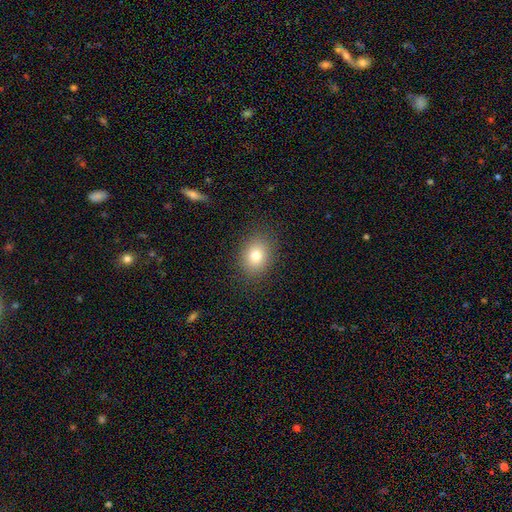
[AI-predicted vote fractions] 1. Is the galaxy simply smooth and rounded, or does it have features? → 78% smooth, 12% star or artifact, 10% featured or disk.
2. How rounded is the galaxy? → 54% in between, 45% round, 1% cigar-shaped.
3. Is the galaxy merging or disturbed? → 87% none, 9% minor disturbance, 3% major disturbance, 1% merger.